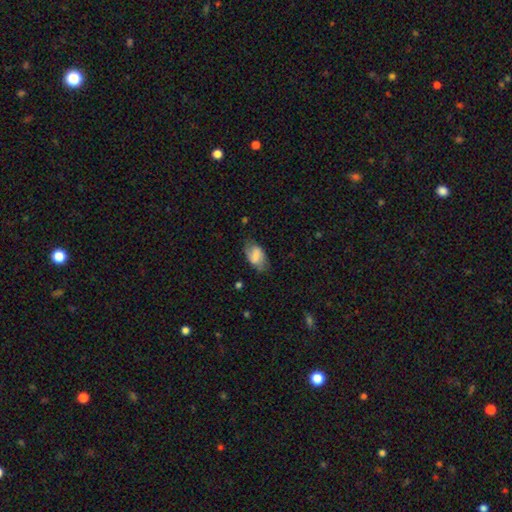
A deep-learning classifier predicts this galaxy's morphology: smooth_or_featured: smooth (p=0.60) [alt: featured or disk p=0.32]
how_rounded: in between (p=0.91) [alt: round p=0.07]
merging: none (p=0.65) [alt: minor disturbance p=0.25]